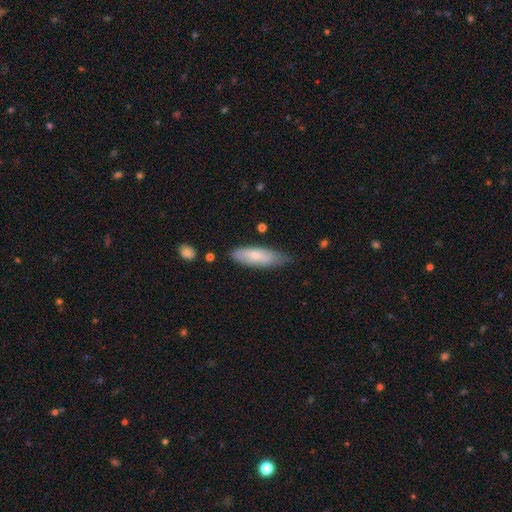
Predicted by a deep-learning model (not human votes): Smooth or featured?
  - smooth: 69% *
  - featured or disk: 25%
  - star or artifact: 6%
How rounded?
  - in between: 55% *
  - cigar-shaped: 43%
  - round: 2%
Merging?
  - none: 65% *
  - minor disturbance: 28%
  - major disturbance: 5%
  - merger: 3%